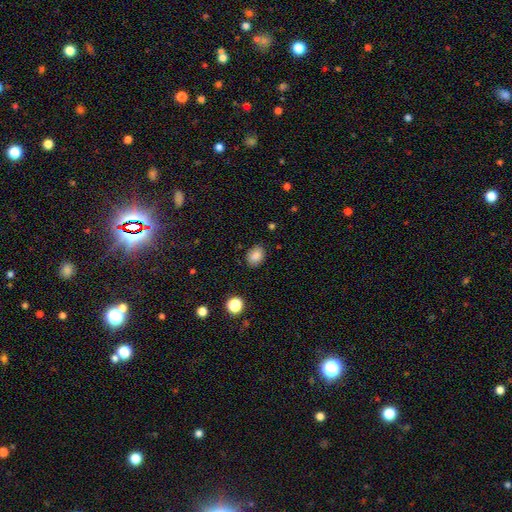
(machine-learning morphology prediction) This is clearly a smooth galaxy (85%). How rounded: possibly in between (59%). Merging: clearly none (83%).